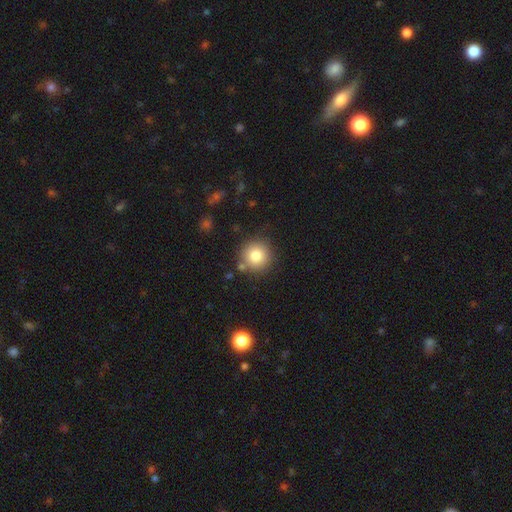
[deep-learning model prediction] smooth_or_featured: smooth (p=0.82) [alt: star or artifact p=0.10]
how_rounded: round (p=0.93) [alt: in between p=0.06]
merging: none (p=0.81) [alt: minor disturbance p=0.10]